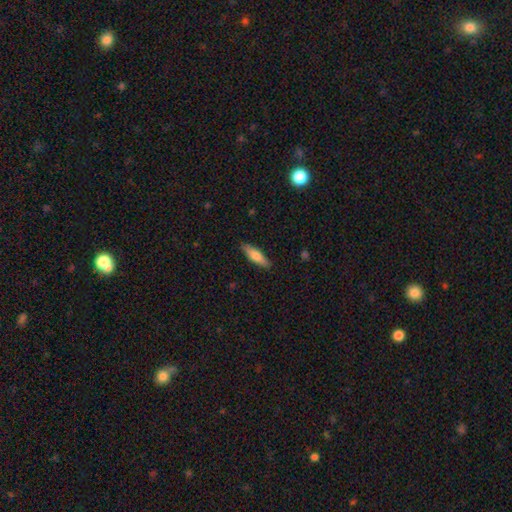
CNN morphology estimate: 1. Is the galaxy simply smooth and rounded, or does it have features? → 69% smooth, 25% featured or disk, 6% star or artifact.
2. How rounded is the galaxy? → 61% cigar-shaped, 37% in between, 2% round.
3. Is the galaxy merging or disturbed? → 88% none, 9% minor disturbance, 2% major disturbance, 1% merger.